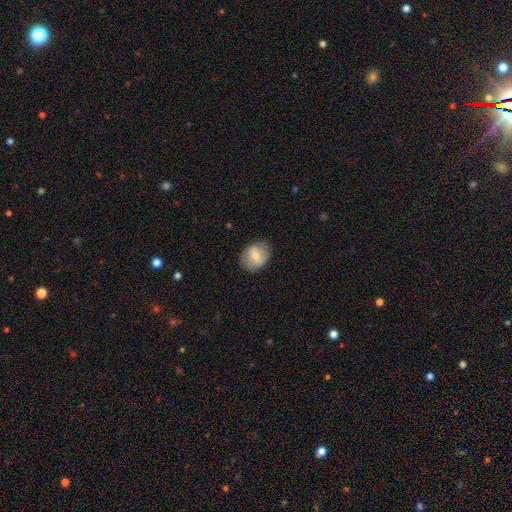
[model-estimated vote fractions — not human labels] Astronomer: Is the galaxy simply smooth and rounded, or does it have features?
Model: smooth — 59% (runner-up: featured or disk, 34%).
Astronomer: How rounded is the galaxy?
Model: in between — 52% (runner-up: round, 47%).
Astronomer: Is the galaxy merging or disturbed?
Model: none — 80%.